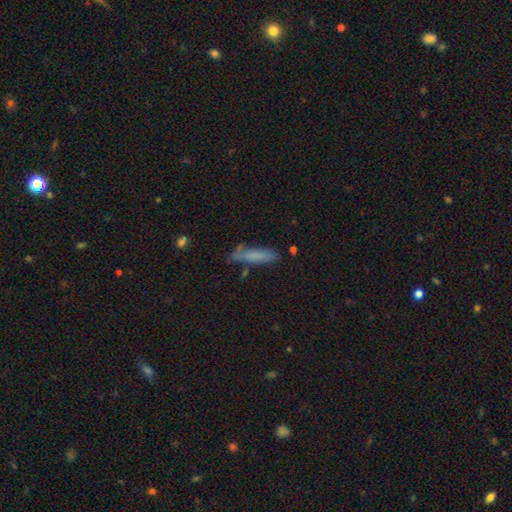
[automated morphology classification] Smooth or featured? smooth (71%)
How rounded? cigar-shaped (79%)
Merging? none (64%)